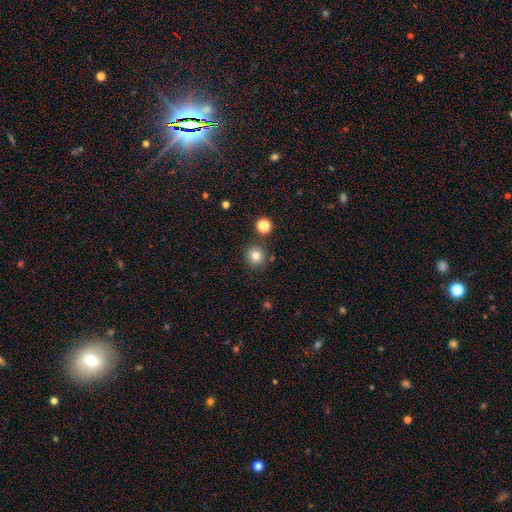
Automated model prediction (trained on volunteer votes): Smooth or featured? smooth (80%)
How rounded? round (92%)
Merging? none (84%)